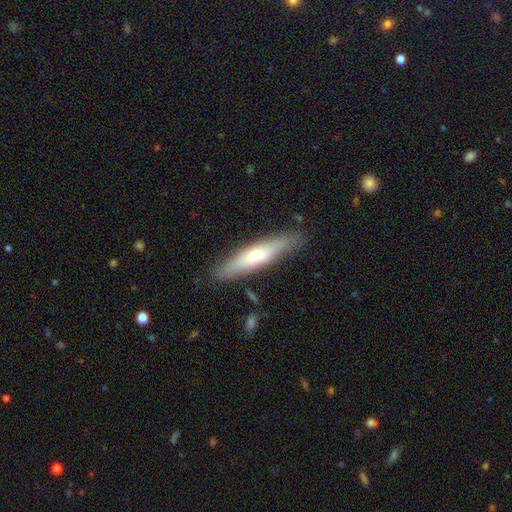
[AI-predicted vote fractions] Smooth or featured?
  - smooth: 61% *
  - featured or disk: 34%
  - star or artifact: 6%
How rounded?
  - cigar-shaped: 84% *
  - in between: 15%
  - round: 1%
Merging?
  - none: 83% *
  - minor disturbance: 12%
  - major disturbance: 3%
  - merger: 2%